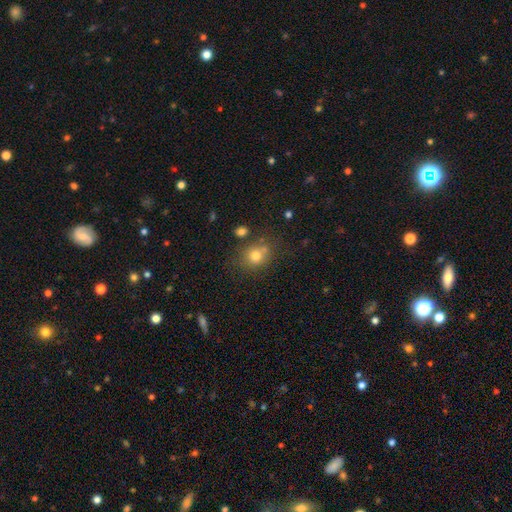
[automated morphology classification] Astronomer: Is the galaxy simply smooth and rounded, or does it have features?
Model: smooth — 75%.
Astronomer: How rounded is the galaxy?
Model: round — 74%.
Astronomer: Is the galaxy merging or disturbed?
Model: none — 65%.